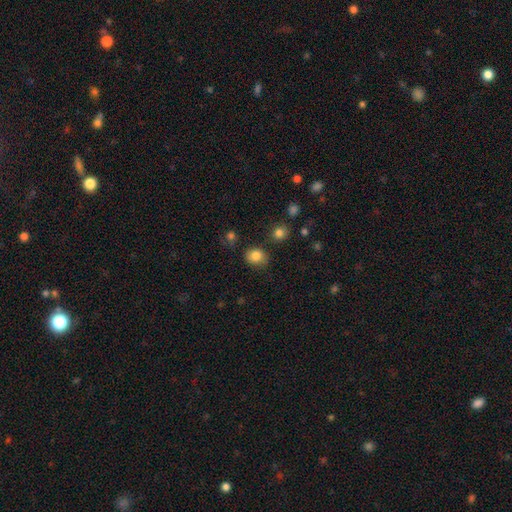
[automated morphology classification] smooth-or-featured: smooth: 84% | star or artifact: 10% | featured or disk: 6%
  how-rounded: round: 61% | in between: 38% | cigar-shaped: 1%
  merging: none: 76% | minor disturbance: 16% | major disturbance: 4% | merger: 4%